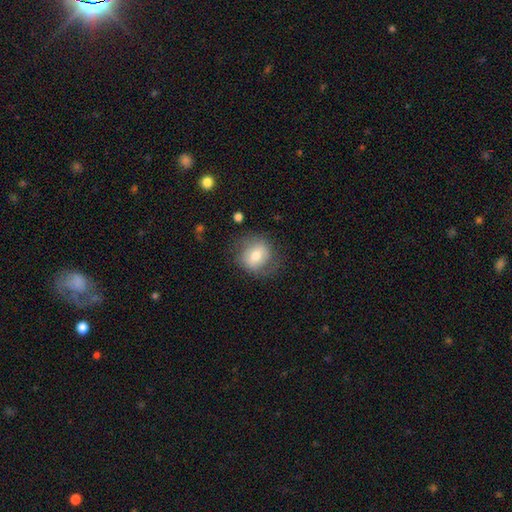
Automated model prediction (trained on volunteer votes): Smooth or featured: smooth — 66% (featured or disk — 25%)
How rounded: round — 76% (in between — 23%)
Merging: none — 70% (minor disturbance — 19%)